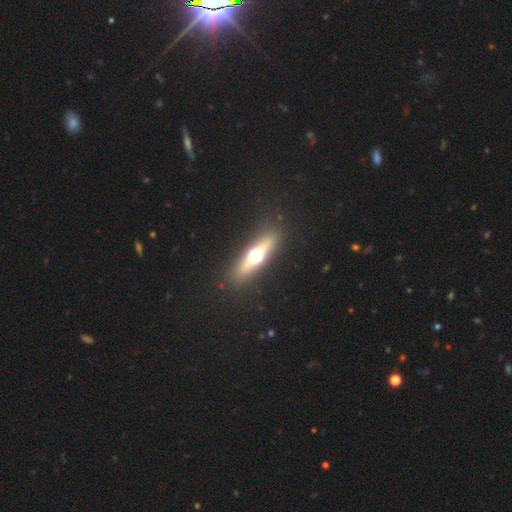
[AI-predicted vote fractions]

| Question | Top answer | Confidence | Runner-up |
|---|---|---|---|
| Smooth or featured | featured or disk | 60% | smooth (32%) |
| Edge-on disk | yes | 90% | no (10%) |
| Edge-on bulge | rounded | 96% | boxy (2%) |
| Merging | none | 88% | minor disturbance (8%) |